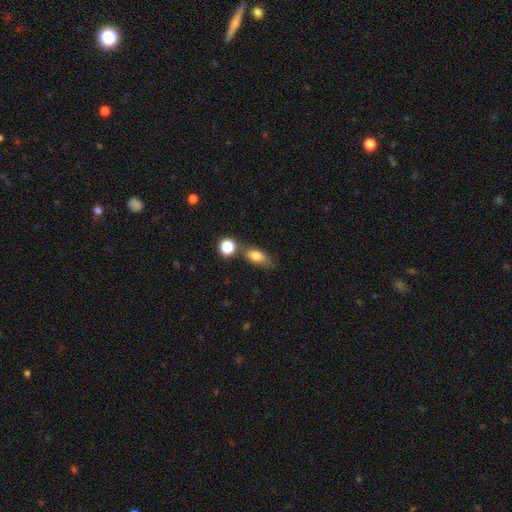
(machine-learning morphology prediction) A smooth galaxy with no disk features (79%) that is in between round and cigar-shaped (79%).

Vote fractions:
- Smooth or featured? smooth: 79% / featured or disk: 12% / star or artifact: 10%
- How rounded? in between: 79% / round: 11% / cigar-shaped: 10%
- Merging? none: 57% / minor disturbance: 20% / merger: 17% / major disturbance: 6%